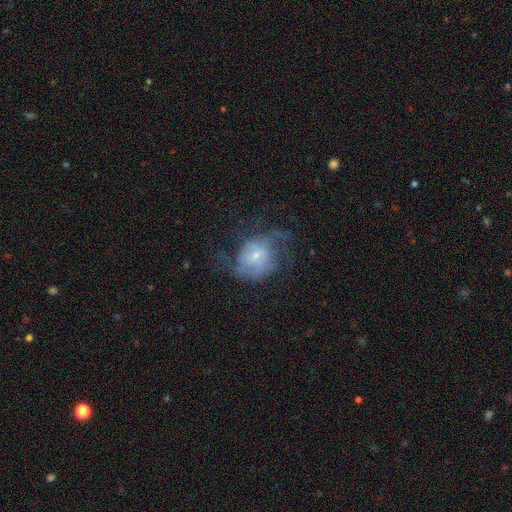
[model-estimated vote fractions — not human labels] featured or disk 67%, smooth 23%, star or artifact 10%. Down the decision tree: edge-on disk — no (97%); bar — no (53%); spiral arms — yes (80%); spiral arm count — 2 (44%); spiral winding — medium (43%); bulge size — small (61%); merging — none (45%).